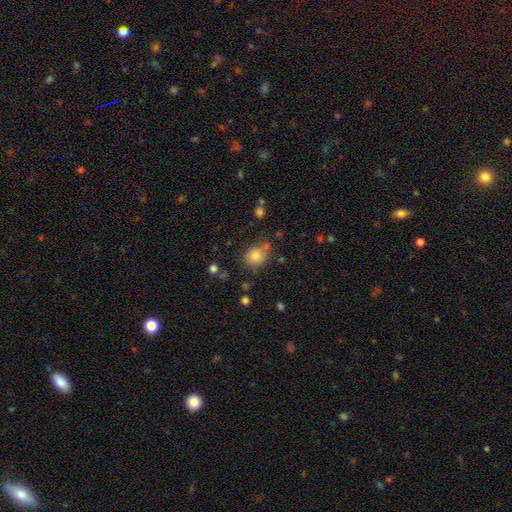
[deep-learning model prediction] smooth-or-featured: smooth: 80% | star or artifact: 12% | featured or disk: 8%
  how-rounded: round: 69% | in between: 30% | cigar-shaped: 1%
  merging: none: 71% | minor disturbance: 16% | merger: 8% | major disturbance: 5%